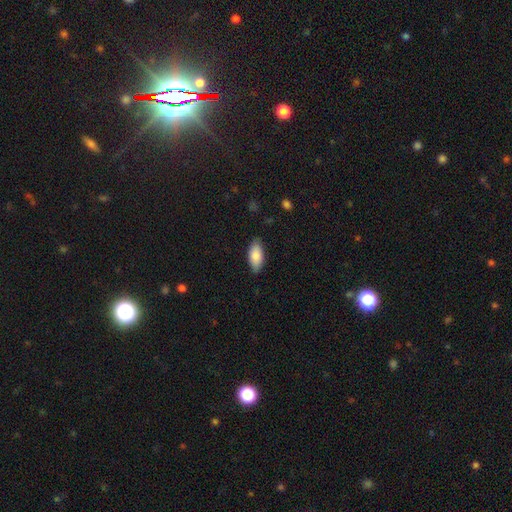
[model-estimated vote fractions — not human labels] A smooth galaxy with no disk features (85%) that is in between round and cigar-shaped (91%).

Vote fractions:
- Smooth or featured? smooth: 85% / featured or disk: 9% / star or artifact: 6%
- How rounded? in between: 91% / cigar-shaped: 7% / round: 2%
- Merging? none: 84% / minor disturbance: 12% / major disturbance: 2% / merger: 1%